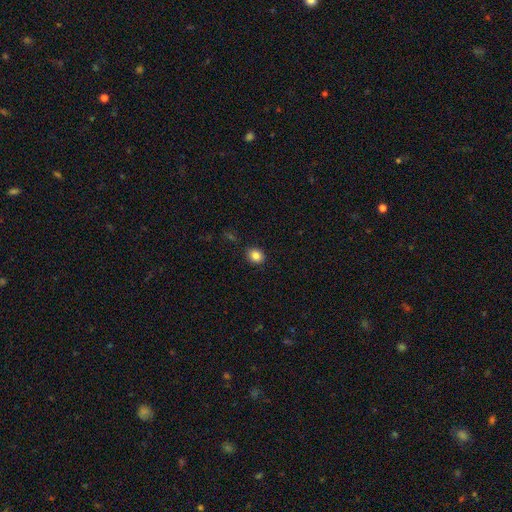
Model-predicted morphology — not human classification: smooth 84%, star or artifact 10%, featured or disk 6%. Down the decision tree: how rounded — round (67%); merging — none (89%).